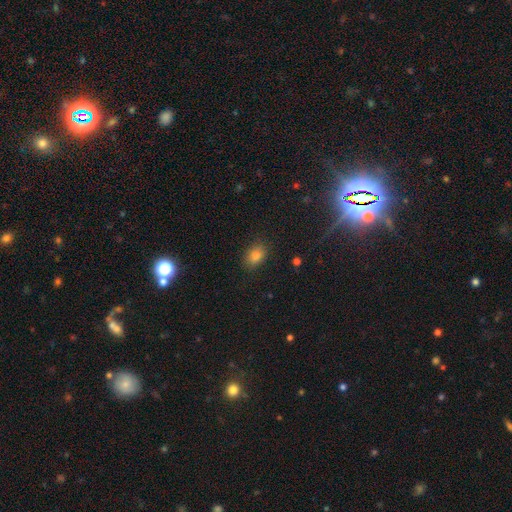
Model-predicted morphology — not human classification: A smooth galaxy with no disk features (81%) that is in between round and cigar-shaped (76%).

Vote fractions:
- Smooth or featured? smooth: 81% / star or artifact: 13% / featured or disk: 6%
- How rounded? in between: 76% / round: 22% / cigar-shaped: 1%
- Merging? none: 85% / minor disturbance: 11% / major disturbance: 3% / merger: 1%